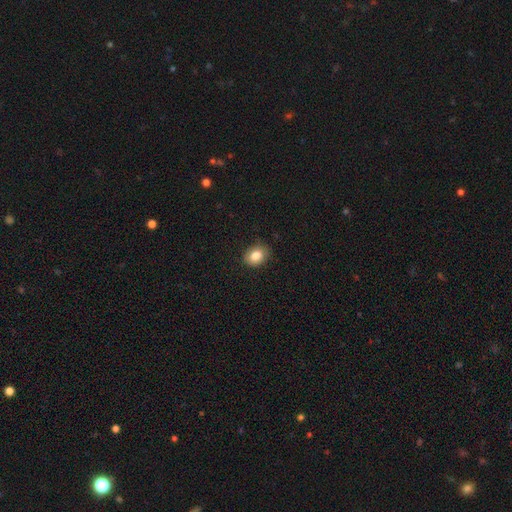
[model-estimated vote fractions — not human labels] smooth_or_featured: smooth (p=0.85) [alt: star or artifact p=0.09]
how_rounded: in between (p=0.58) [alt: round p=0.41]
merging: none (p=0.84) [alt: minor disturbance p=0.12]